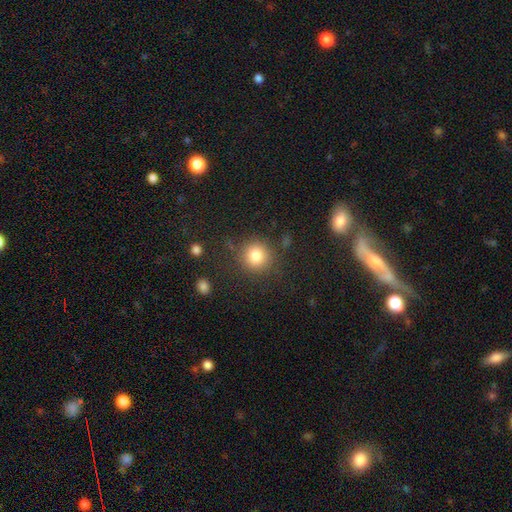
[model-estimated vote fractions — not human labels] Q: Smooth or featured?
A: smooth (83%); runner-up: star or artifact (11%)
Q: How rounded?
A: round (91%); runner-up: in between (8%)
Q: Merging?
A: none (82%); runner-up: minor disturbance (10%)